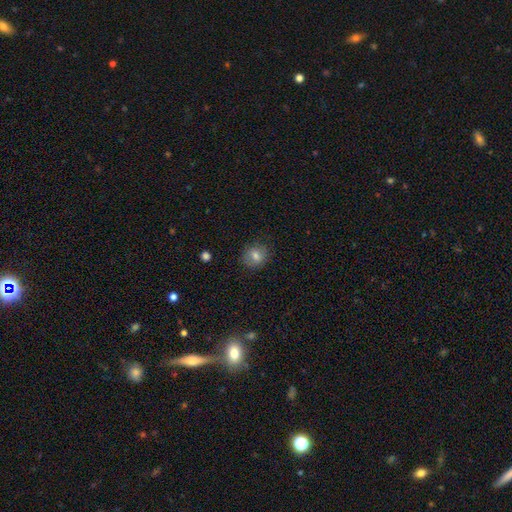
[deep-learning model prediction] The model was most divided on "how rounded": round: 70%, in between: 29%, cigar-shaped: 1%. More confident: merging — none (81%); smooth or featured — smooth (77%).